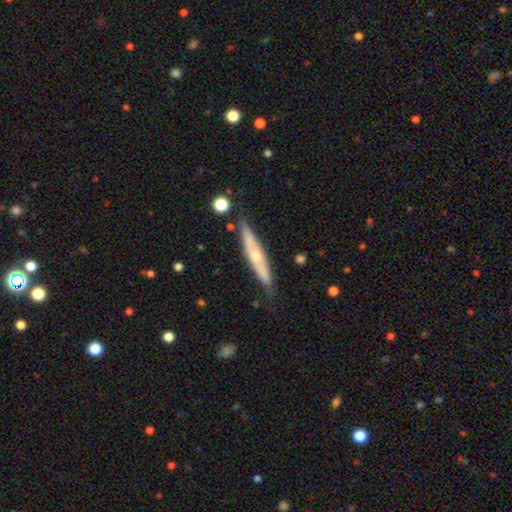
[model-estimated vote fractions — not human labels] smooth-or-featured: featured or disk: 61% | smooth: 33% | star or artifact: 6%
  disk-edge-on: yes: 84% | no: 16%
    edge-on-bulge: rounded: 75% | none: 21% | boxy: 4%
  merging: none: 74% | minor disturbance: 19% | major disturbance: 4% | merger: 3%